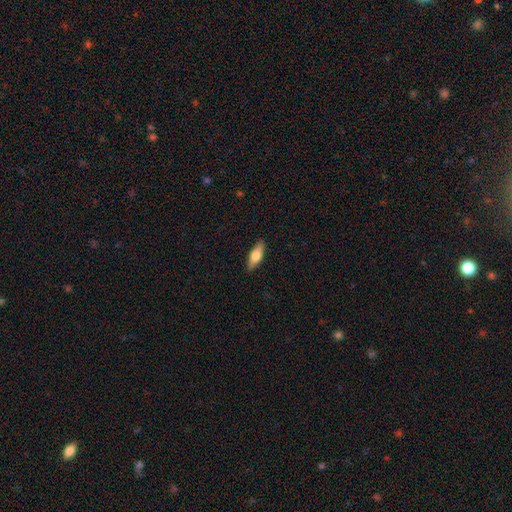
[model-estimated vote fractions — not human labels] smooth 61%, featured or disk 33%, star or artifact 6%. Down the decision tree: how rounded — in between (58%); merging — none (89%).